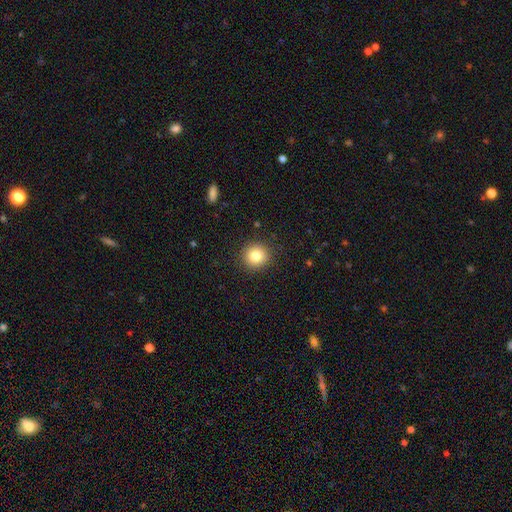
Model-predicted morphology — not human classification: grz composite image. It shows a smooth galaxy with no disk features (81%) that is round (93%). Merging: none (91%).